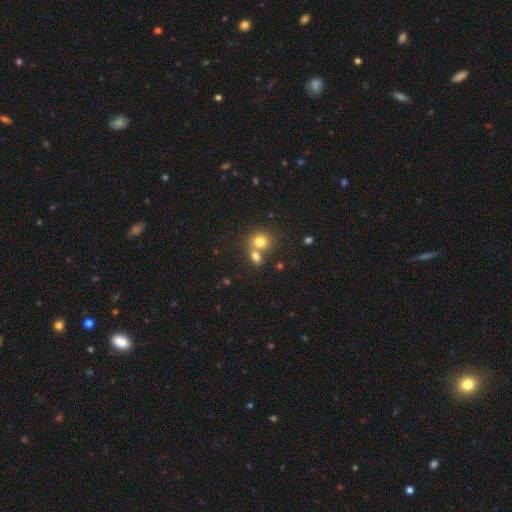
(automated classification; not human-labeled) smooth_or_featured: smooth (p=0.64) [alt: star or artifact p=0.25]
how_rounded: round (p=0.85) [alt: in between p=0.14]
merging: none (p=0.54) [alt: merger p=0.37]